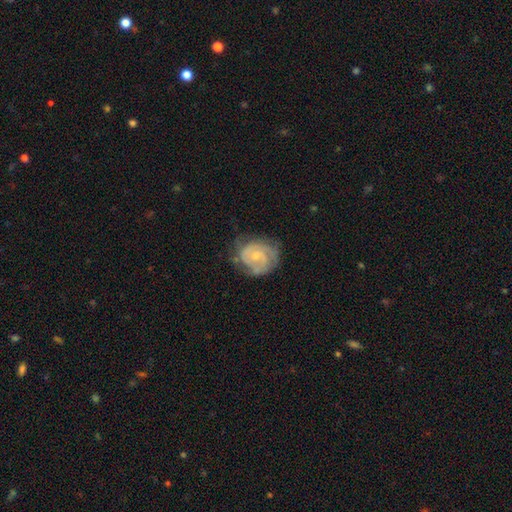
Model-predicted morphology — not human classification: A featured or disk galaxy (76%) with no bar (69%), 2 (45%) tight (60%) spiral arms (91%) and a small central bulge (66%). Merging: none (63%).